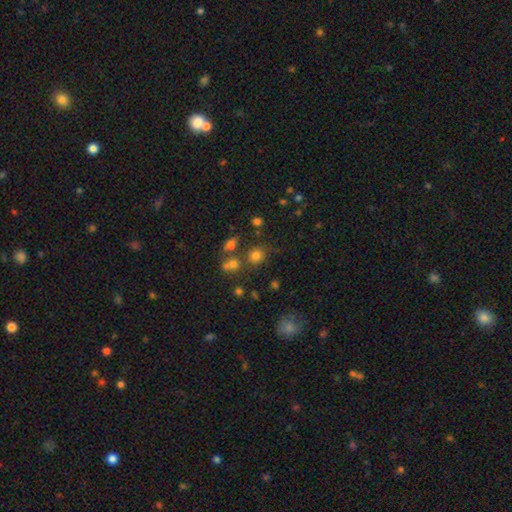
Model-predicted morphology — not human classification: Smooth or featured? Predicted: smooth (p=0.73). How rounded? Predicted: round (p=0.79). Merging? Predicted: none (p=0.67).